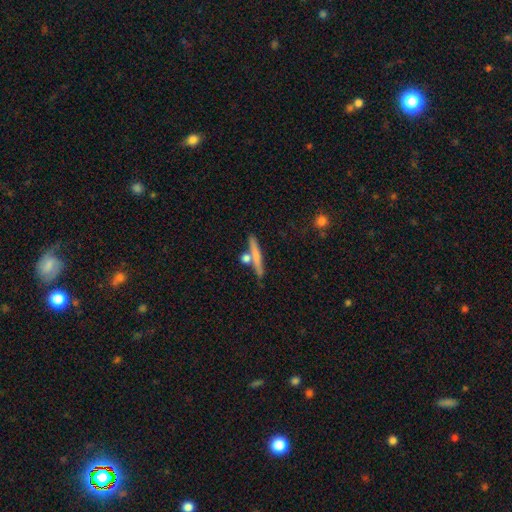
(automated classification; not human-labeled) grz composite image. It shows a smooth galaxy with no disk features (58%) that is cigar-shaped (90%). Merging: none (69%).